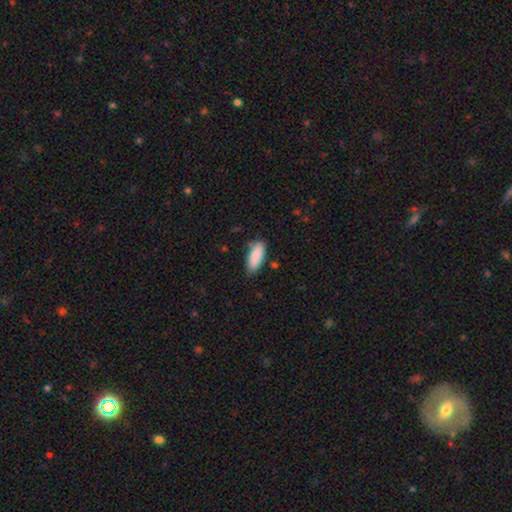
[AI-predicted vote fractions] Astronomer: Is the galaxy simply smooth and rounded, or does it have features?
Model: smooth — 88%.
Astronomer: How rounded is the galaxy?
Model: in between — 78%.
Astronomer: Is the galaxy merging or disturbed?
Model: none — 79%.